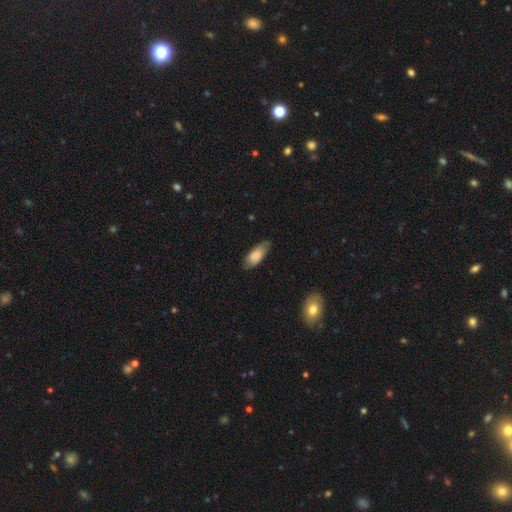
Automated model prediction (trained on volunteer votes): Smooth or featured: smooth — 81% (featured or disk — 13%)
How rounded: in between — 81% (cigar-shaped — 16%)
Merging: none — 73% (minor disturbance — 22%)